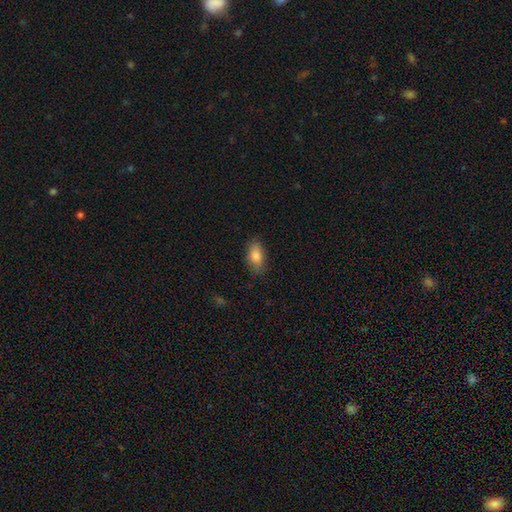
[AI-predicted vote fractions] A smooth galaxy with no disk features (83%) that is in between round and cigar-shaped (89%).

Vote fractions:
- Smooth or featured? smooth: 83% / featured or disk: 9% / star or artifact: 8%
- How rounded? in between: 89% / cigar-shaped: 6% / round: 5%
- Merging? none: 82% / minor disturbance: 14% / major disturbance: 3% / merger: 1%